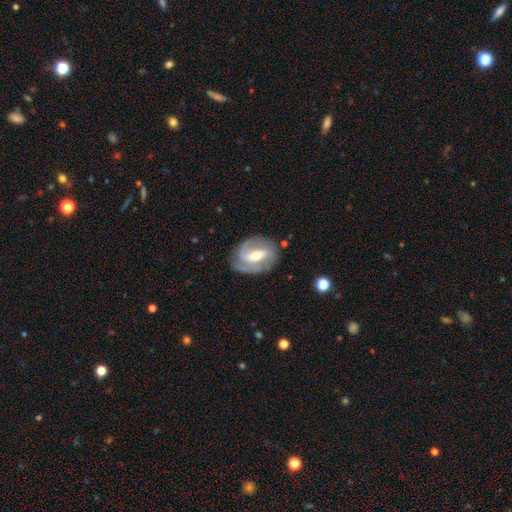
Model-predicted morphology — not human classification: A featured or disk galaxy (84%) with a weak bar (42%), 2 (71%) tight (45%) spiral arms (94%) and a moderate central bulge (62%). Merging: none (73%).